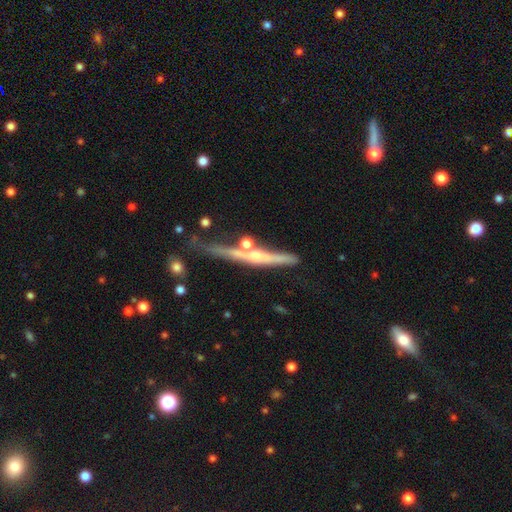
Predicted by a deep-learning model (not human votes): smooth-or-featured: featured or disk: 71% | smooth: 22% | star or artifact: 7%
  disk-edge-on: yes: 96% | no: 4%
    edge-on-bulge: rounded: 71% | none: 22% | boxy: 7%
  merging: none: 65% | minor disturbance: 18% | merger: 12% | major disturbance: 6%